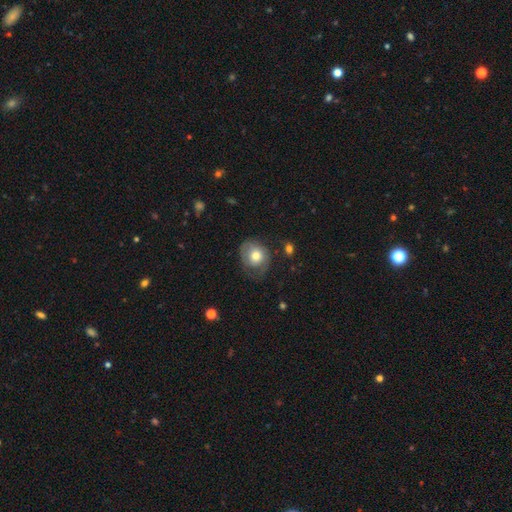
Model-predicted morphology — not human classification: smooth-or-featured: smooth: 60% | featured or disk: 33% | star or artifact: 8%
  how-rounded: round: 65% | in between: 34% | cigar-shaped: 1%
  merging: none: 49% | minor disturbance: 29% | major disturbance: 20% | merger: 2%